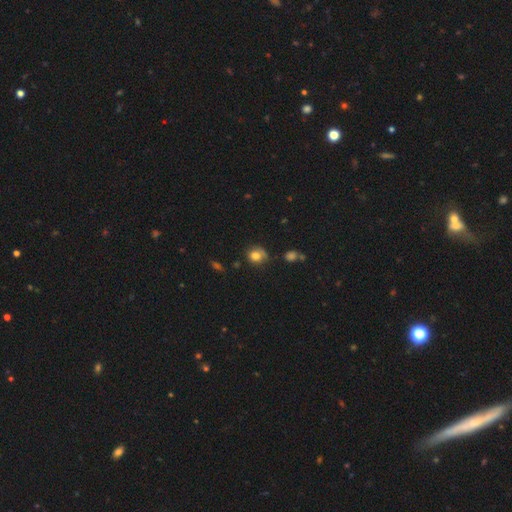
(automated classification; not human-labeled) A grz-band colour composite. It shows a smooth galaxy with no disk features (78%) that is round (71%). Merging: none (57%).